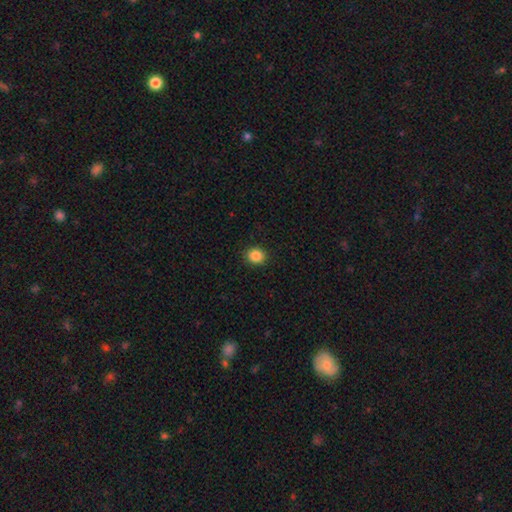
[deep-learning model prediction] A smooth galaxy with no disk features (87%) that is round (76%).

Vote fractions:
- Smooth or featured? smooth: 87% / star or artifact: 10% / featured or disk: 3%
- How rounded? round: 76% / in between: 23% / cigar-shaped: 1%
- Merging? none: 91% / minor disturbance: 6% / major disturbance: 2% / merger: 1%